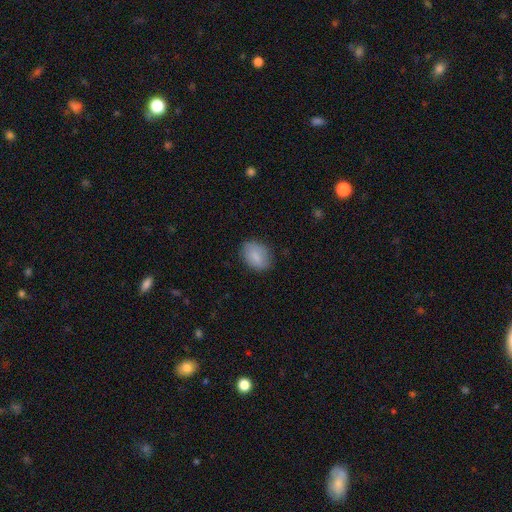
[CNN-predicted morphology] smooth_or_featured: smooth (p=0.84) [alt: featured or disk p=0.09]
how_rounded: in between (p=0.75) [alt: round p=0.24]
merging: none (p=0.80) [alt: minor disturbance p=0.15]